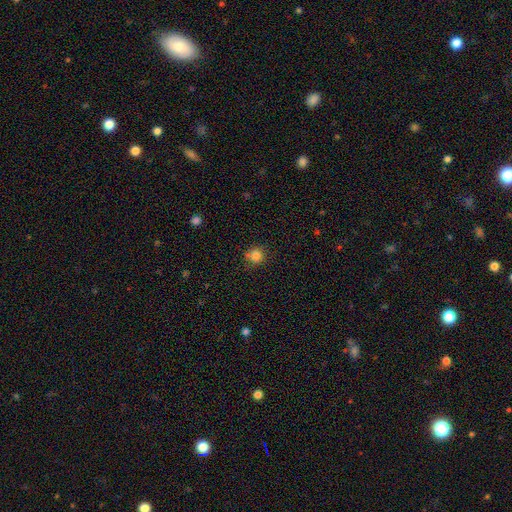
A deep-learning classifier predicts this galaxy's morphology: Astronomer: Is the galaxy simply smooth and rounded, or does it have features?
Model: smooth — 83%.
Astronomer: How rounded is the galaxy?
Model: round — 89%.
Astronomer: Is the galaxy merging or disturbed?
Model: none — 73%.